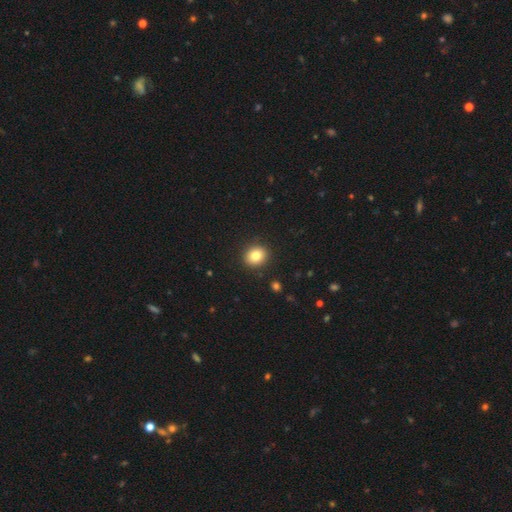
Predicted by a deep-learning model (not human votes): Overall: smooth (82%). How rounded: round (78%). Merging: none (91%).